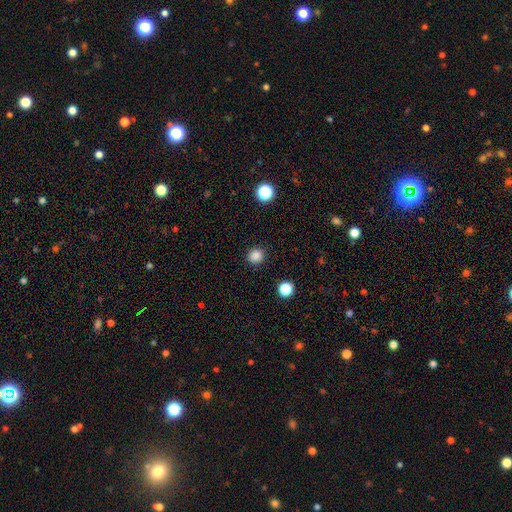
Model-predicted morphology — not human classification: This is clearly a smooth galaxy (85%). How rounded: clearly round (84%). Merging: clearly none (90%).